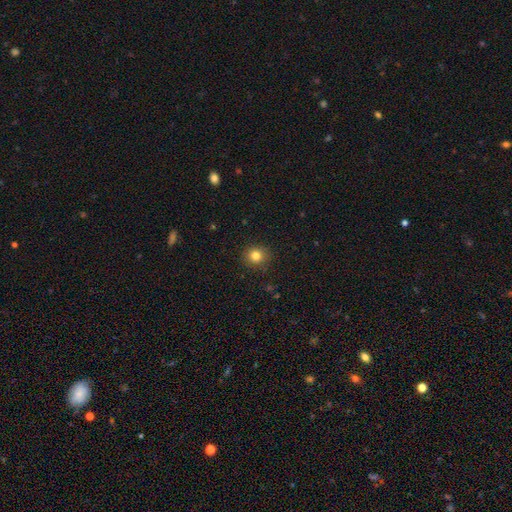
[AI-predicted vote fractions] A smooth galaxy with no disk features (82%) that is round (88%).

Vote fractions:
- Smooth or featured? smooth: 82% / star or artifact: 12% / featured or disk: 6%
- How rounded? round: 88% / in between: 11% / cigar-shaped: 1%
- Merging? none: 90% / minor disturbance: 7% / major disturbance: 2% / merger: 1%